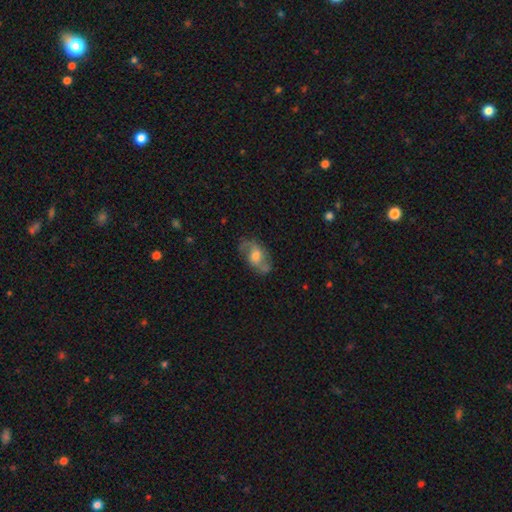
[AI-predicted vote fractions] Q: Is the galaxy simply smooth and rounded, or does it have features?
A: featured or disk — 68%.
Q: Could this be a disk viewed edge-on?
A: no — 94%.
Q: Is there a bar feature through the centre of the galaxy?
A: no — 52%.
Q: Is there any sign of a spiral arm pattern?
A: yes — 87%.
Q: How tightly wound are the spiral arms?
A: loose — 49%.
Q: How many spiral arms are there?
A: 2 — 86%.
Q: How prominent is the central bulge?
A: moderate — 62%.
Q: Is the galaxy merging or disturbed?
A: none — 73%.